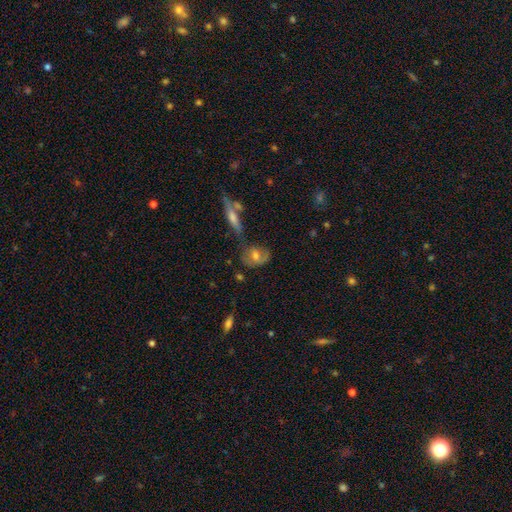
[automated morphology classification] A smooth galaxy with no disk features (48%).

Vote fractions:
- Smooth or featured? smooth: 48% / featured or disk: 43% / star or artifact: 9%
- Merging? none: 53% / minor disturbance: 24% / merger: 12% / major disturbance: 12%